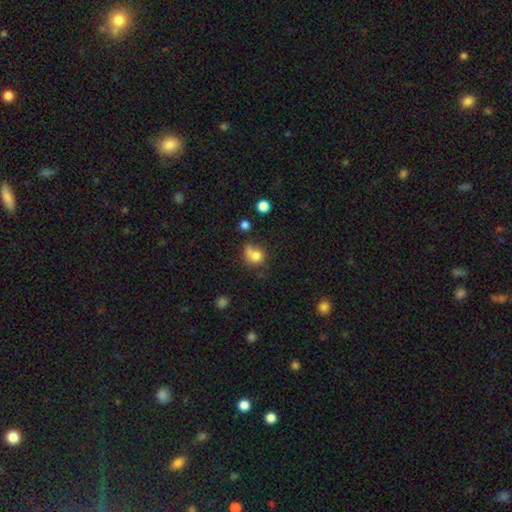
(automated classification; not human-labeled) This is likely a smooth galaxy (77%). How rounded: likely round (74%). Merging: marginally none (43%).